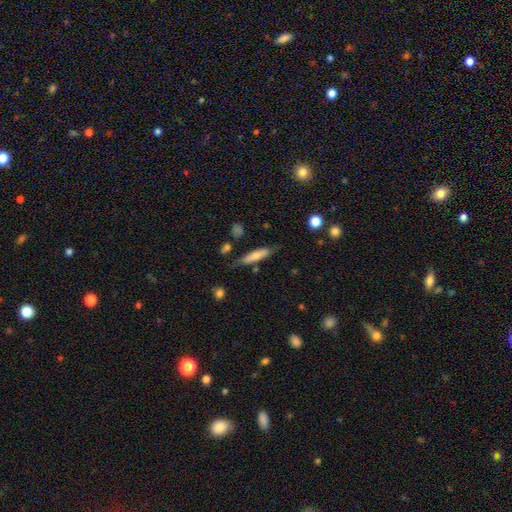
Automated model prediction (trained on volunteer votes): smooth_or_featured: smooth (p=0.64) [alt: featured or disk p=0.30]
how_rounded: cigar-shaped (p=0.78) [alt: in between p=0.20]
merging: none (p=0.70) [alt: minor disturbance p=0.20]